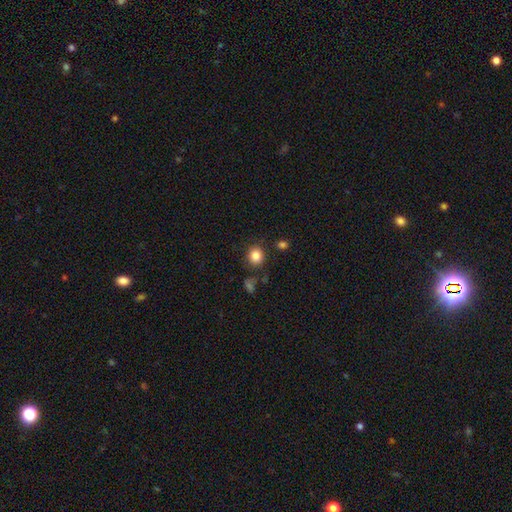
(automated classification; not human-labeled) Smooth or featured? Predicted: smooth (p=0.84). How rounded? Predicted: round (p=0.80). Merging? Predicted: none (p=0.82).